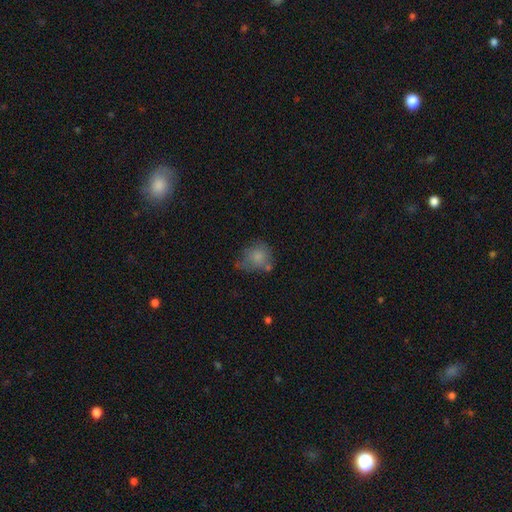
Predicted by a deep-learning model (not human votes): Smooth or featured?
  - smooth: 70% *
  - featured or disk: 18%
  - star or artifact: 12%
How rounded?
  - round: 67% *
  - in between: 32%
  - cigar-shaped: 1%
Merging?
  - none: 44% *
  - minor disturbance: 28%
  - major disturbance: 16%
  - merger: 11%